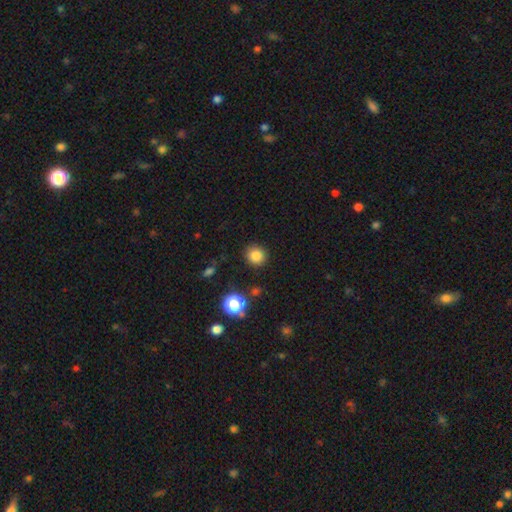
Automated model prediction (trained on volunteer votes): Morphology: type=smooth (83%); roundness=round (88%); merging=none (89%).